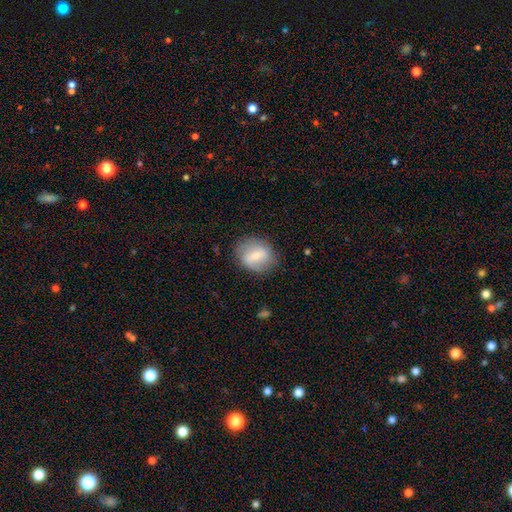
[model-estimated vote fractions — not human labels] Morphology: type=smooth (51%); roundness=round (54%); merging=none (75%).